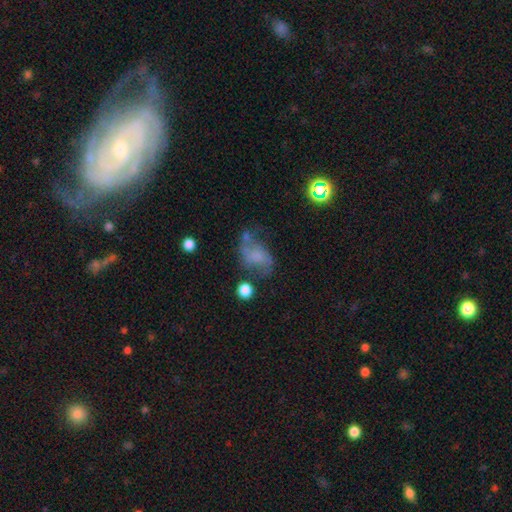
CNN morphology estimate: A featured or disk galaxy (44%). Merging: none (41%).